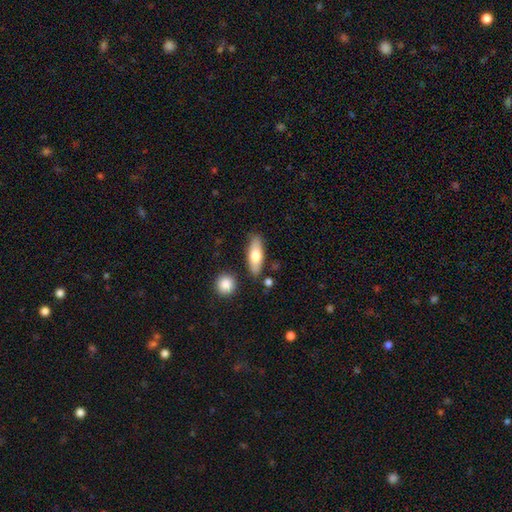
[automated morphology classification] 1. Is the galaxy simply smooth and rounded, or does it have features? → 70% smooth, 25% featured or disk, 6% star or artifact.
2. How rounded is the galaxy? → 65% in between, 32% cigar-shaped, 3% round.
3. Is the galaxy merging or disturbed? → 81% none, 12% minor disturbance, 5% merger, 3% major disturbance.